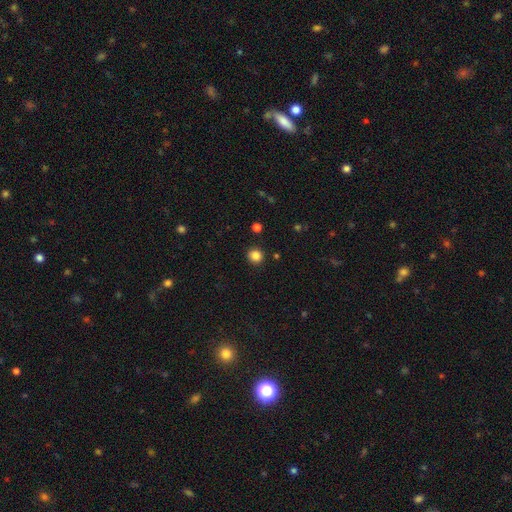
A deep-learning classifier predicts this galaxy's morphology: A smooth galaxy with no disk features (85%) that is round (90%). Merging: none (91%).